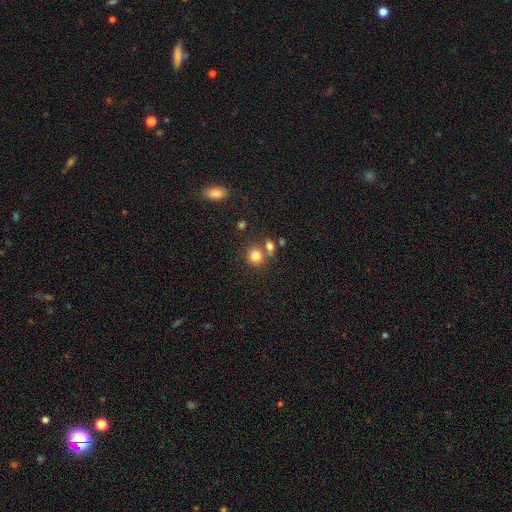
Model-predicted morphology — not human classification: type=smooth (81%); roundness=round (84%); merging=none (61%).